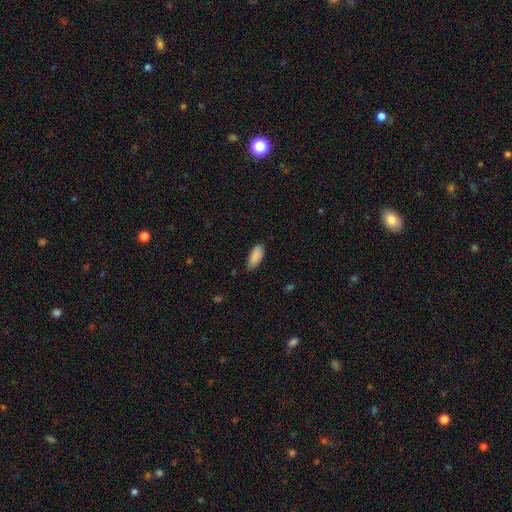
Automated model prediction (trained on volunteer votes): Smooth or featured?
  - smooth: 89% *
  - star or artifact: 6%
  - featured or disk: 4%
How rounded?
  - in between: 84% *
  - cigar-shaped: 14%
  - round: 2%
Merging?
  - none: 77% *
  - minor disturbance: 19%
  - major disturbance: 3%
  - merger: 1%